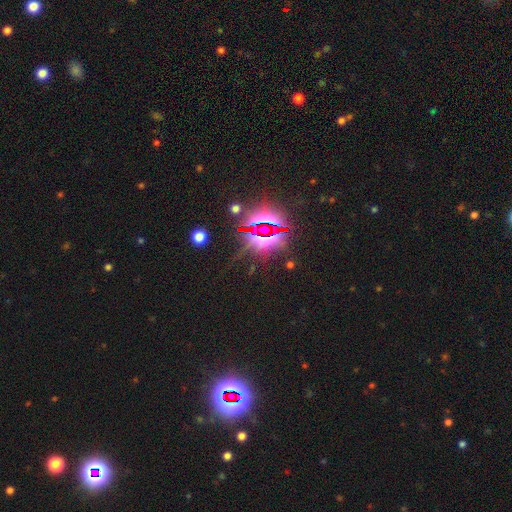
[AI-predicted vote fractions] Q: Smooth or featured?
A: star or artifact (83%); runner-up: smooth (10%)